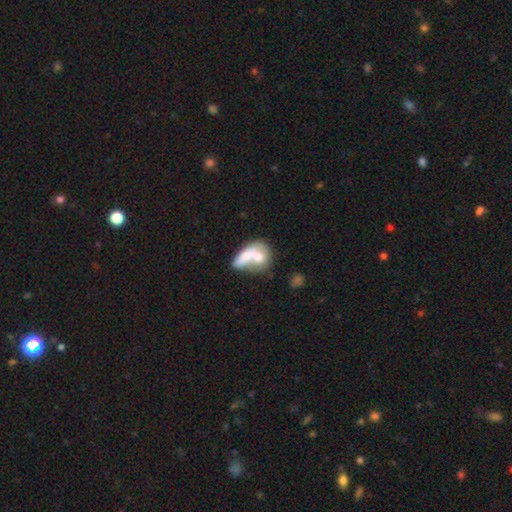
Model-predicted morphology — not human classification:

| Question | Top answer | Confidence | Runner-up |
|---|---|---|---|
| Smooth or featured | smooth | 63% | featured or disk (29%) |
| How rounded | in between | 66% | round (25%) |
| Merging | merger | 59% | none (19%) |